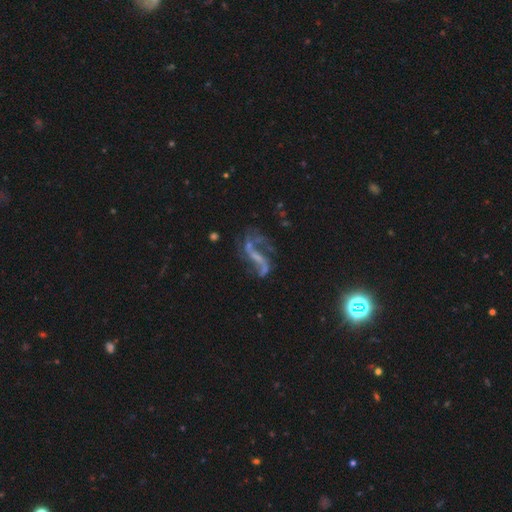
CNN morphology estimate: This appears to be a featured or disk galaxy (76%) with a strong bar (37%), 2 (81%) loose (82%) spiral arms (81%) and no central bulge (58%). Merging: none (47%).